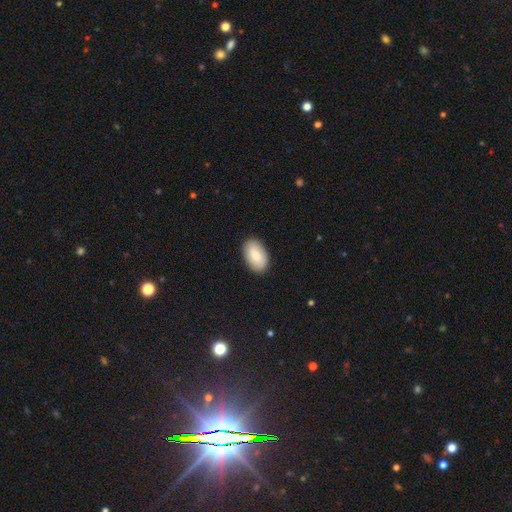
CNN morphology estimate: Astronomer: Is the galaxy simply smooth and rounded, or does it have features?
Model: smooth — 88%.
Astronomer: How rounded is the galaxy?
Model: in between — 95%.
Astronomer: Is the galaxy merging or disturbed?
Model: none — 89%.